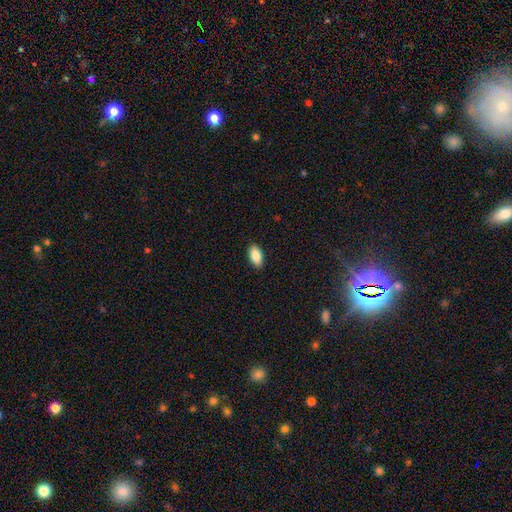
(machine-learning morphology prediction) smooth_or_featured: smooth (p=0.85) [alt: featured or disk p=0.08]
how_rounded: in between (p=0.93) [alt: cigar-shaped p=0.04]
merging: none (p=0.90) [alt: minor disturbance p=0.08]